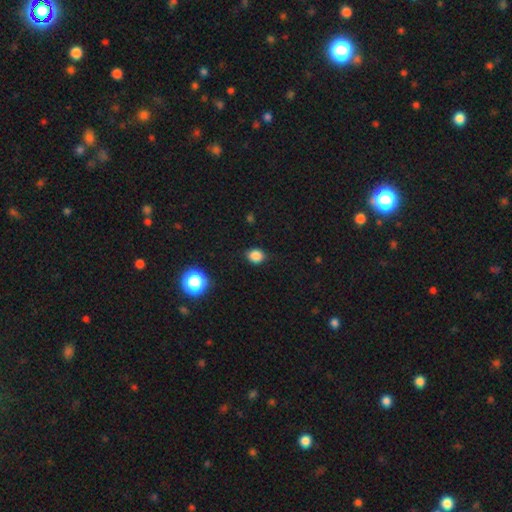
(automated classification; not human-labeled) The model was most divided on "how rounded": round: 67%, in between: 32%, cigar-shaped: 1%. More confident: merging — none (85%); smooth or featured — smooth (84%).